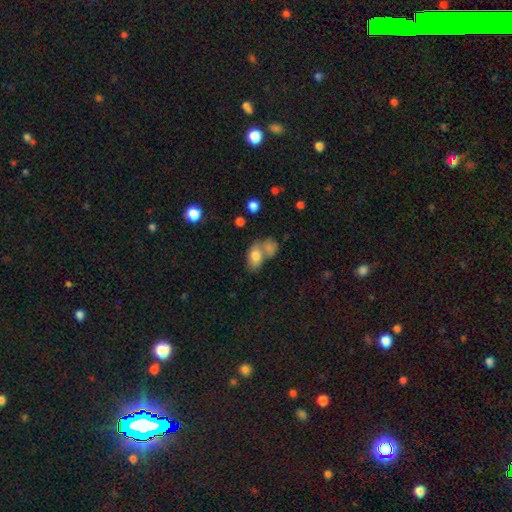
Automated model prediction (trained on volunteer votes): A smooth galaxy with no disk features (77%) that is in between round and cigar-shaped (85%).

Vote fractions:
- Smooth or featured? smooth: 77% / featured or disk: 14% / star or artifact: 9%
- How rounded? in between: 85% / round: 13% / cigar-shaped: 2%
- Merging? merger: 50% / none: 32% / minor disturbance: 12% / major disturbance: 6%